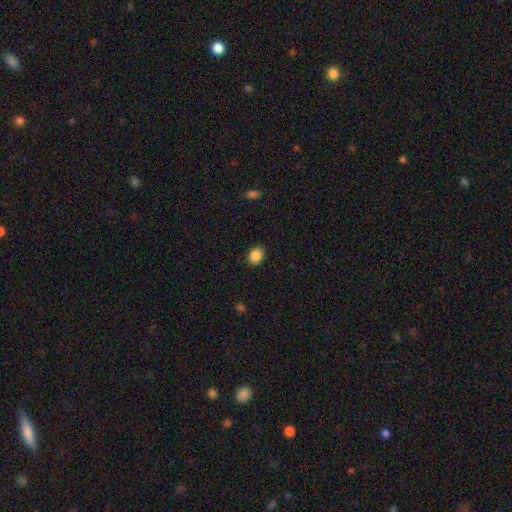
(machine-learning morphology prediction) A smooth galaxy with no disk features (87%) that is in between round and cigar-shaped (62%). Merging: none (88%).